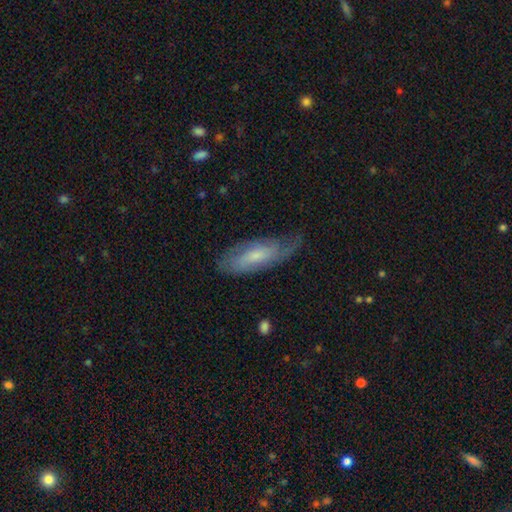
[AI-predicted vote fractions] Smooth or featured?
  - featured or disk: 54% *
  - smooth: 39%
  - star or artifact: 7%
Edge-on disk?
  - no: 82% *
  - yes: 18%
Merging?
  - none: 62% *
  - minor disturbance: 26%
  - major disturbance: 10%
  - merger: 1%